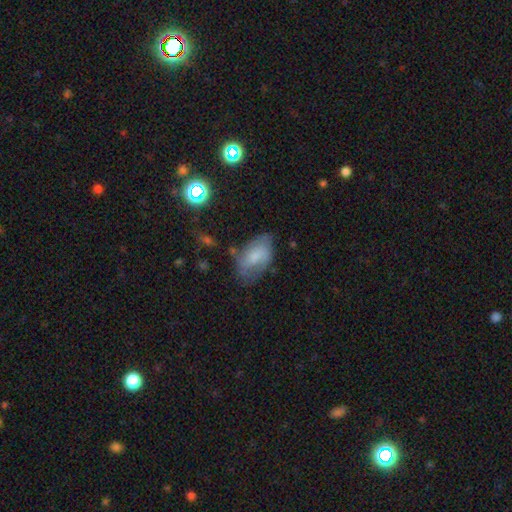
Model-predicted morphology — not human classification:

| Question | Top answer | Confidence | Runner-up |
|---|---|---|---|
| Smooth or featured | smooth | 61% | featured or disk (29%) |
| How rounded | in between | 92% | round (6%) |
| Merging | none | 52% | minor disturbance (31%) |